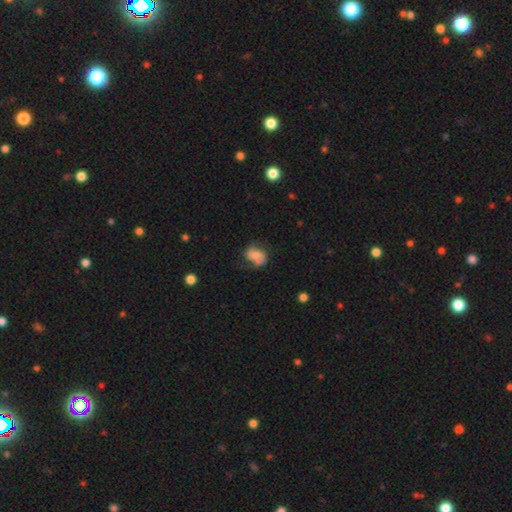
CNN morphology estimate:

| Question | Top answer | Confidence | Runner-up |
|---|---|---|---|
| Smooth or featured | featured or disk | 53% | smooth (39%) |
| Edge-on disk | no | 97% | yes (3%) |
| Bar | no | 56% | weak (33%) |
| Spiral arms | yes | 83% | no (17%) |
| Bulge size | moderate | 44% | small (37%) |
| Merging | none | 55% | minor disturbance (26%) |